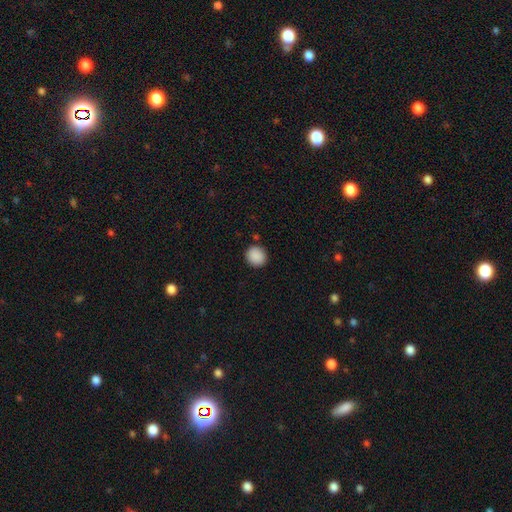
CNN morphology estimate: smooth-or-featured: smooth: 89% | star or artifact: 8% | featured or disk: 3%
  how-rounded: round: 84% | in between: 15% | cigar-shaped: 1%
  merging: none: 88% | minor disturbance: 8% | major disturbance: 2% | merger: 2%